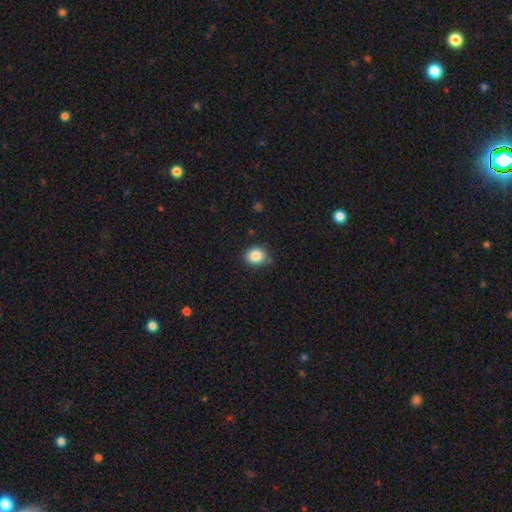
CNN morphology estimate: This appears to be a smooth galaxy with no disk features (86%) that is round (70%). Merging: none (82%).